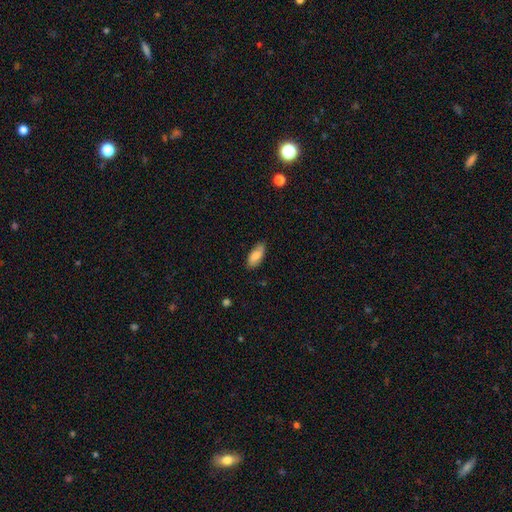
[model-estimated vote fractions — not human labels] Morphology: type=smooth (73%); roundness=in between (88%); merging=none (79%).